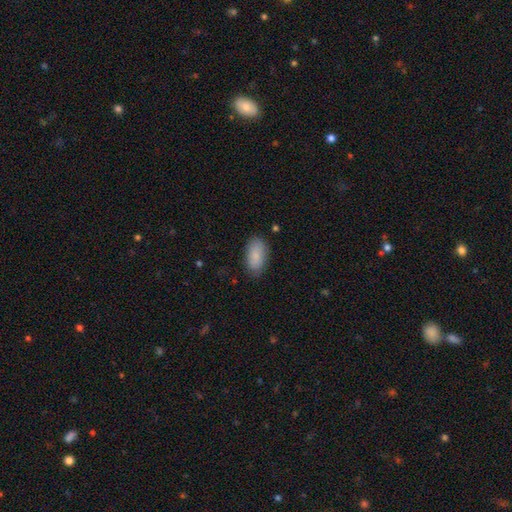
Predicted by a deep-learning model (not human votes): smooth_or_featured: smooth (p=0.87) [alt: star or artifact p=0.06]
how_rounded: in between (p=0.93) [alt: round p=0.03]
merging: none (p=0.82) [alt: minor disturbance p=0.13]